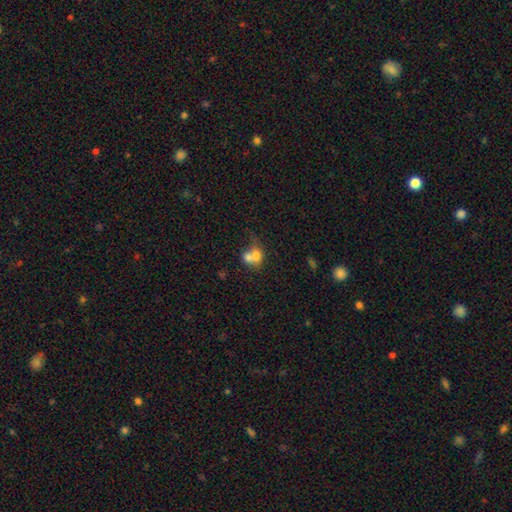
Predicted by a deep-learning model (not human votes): This appears to be a smooth galaxy with no disk features (68%) that is round (62%). Merging: merger (69%).